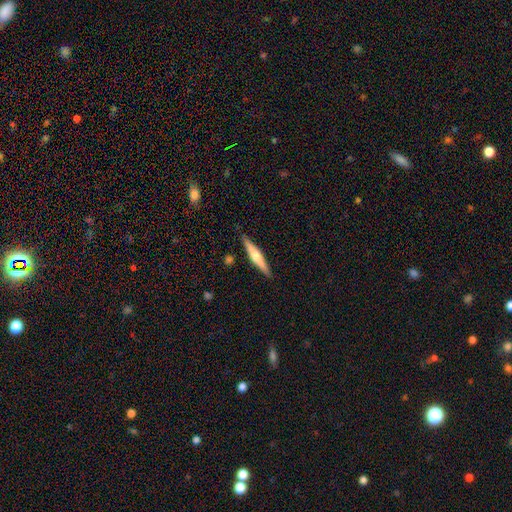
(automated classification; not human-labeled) Q: Smooth or featured?
A: featured or disk (55%); runner-up: smooth (39%)
Q: Edge-on disk?
A: yes (97%); runner-up: no (3%)
Q: Edge-on bulge?
A: rounded (83%); runner-up: none (10%)
Q: Merging?
A: none (89%); runner-up: minor disturbance (8%)